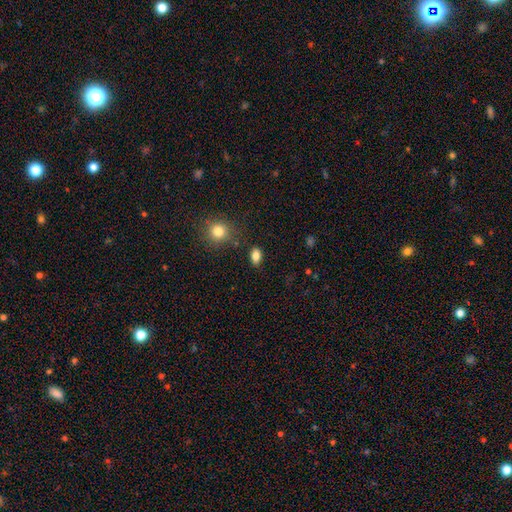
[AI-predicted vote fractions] smooth_or_featured: smooth (p=0.84) [alt: star or artifact p=0.10]
how_rounded: in between (p=0.83) [alt: round p=0.15]
merging: none (p=0.82) [alt: minor disturbance p=0.12]